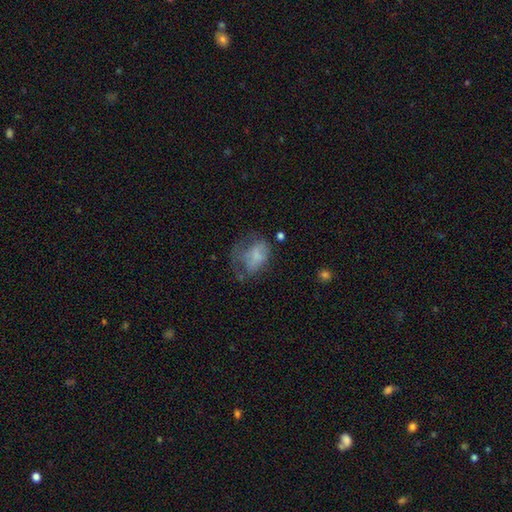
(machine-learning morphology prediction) smooth_or_featured: smooth (p=0.60) [alt: featured or disk p=0.29]
how_rounded: in between (p=0.69) [alt: round p=0.29]
merging: major disturbance (p=0.41) [alt: none p=0.29]